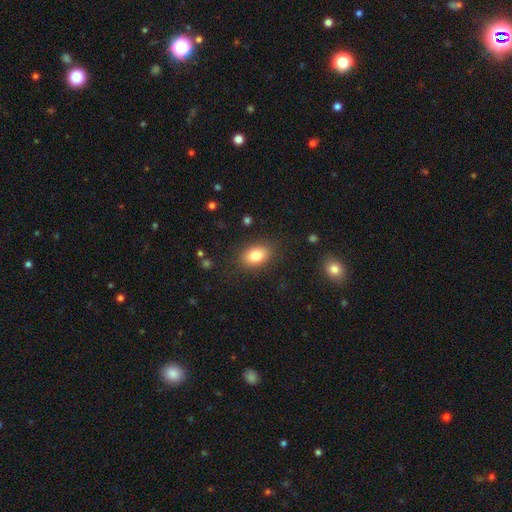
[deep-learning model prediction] A smooth galaxy with no disk features (82%) that is in between round and cigar-shaped (85%). Merging: none (85%).